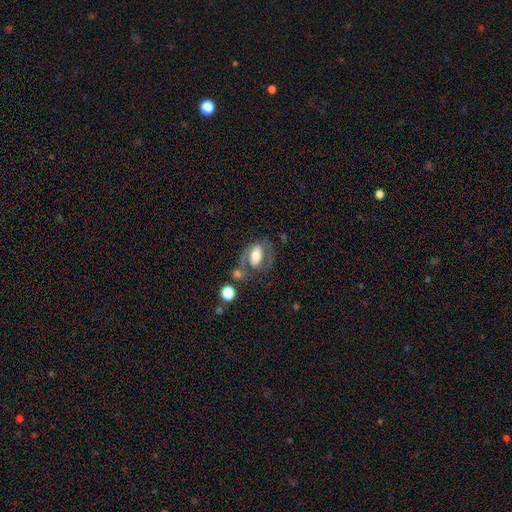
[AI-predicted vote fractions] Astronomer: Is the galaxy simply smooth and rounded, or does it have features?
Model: featured or disk — 55% (runner-up: smooth, 37%).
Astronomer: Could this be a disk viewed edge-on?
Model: no — 92%.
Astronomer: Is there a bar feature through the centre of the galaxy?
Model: no — 40% (runner-up: strong, 30%).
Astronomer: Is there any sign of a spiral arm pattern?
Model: yes — 57% (runner-up: no, 43%).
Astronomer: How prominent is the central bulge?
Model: moderate — 49% (runner-up: large, 34%).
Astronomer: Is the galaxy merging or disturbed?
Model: none — 45%.